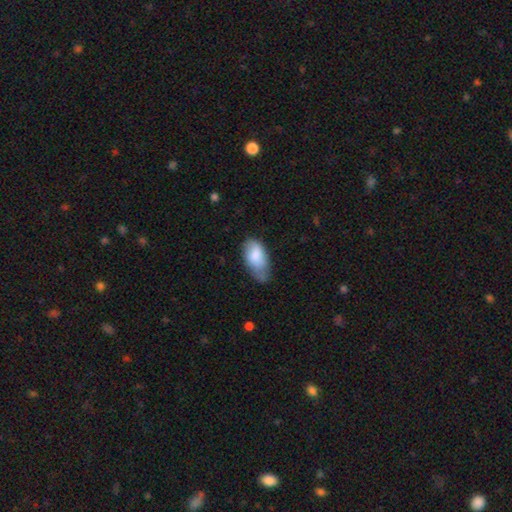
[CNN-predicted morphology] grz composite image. It shows a smooth galaxy with no disk features (81%) that is in between round and cigar-shaped (93%). Merging: minor disturbance (45%).